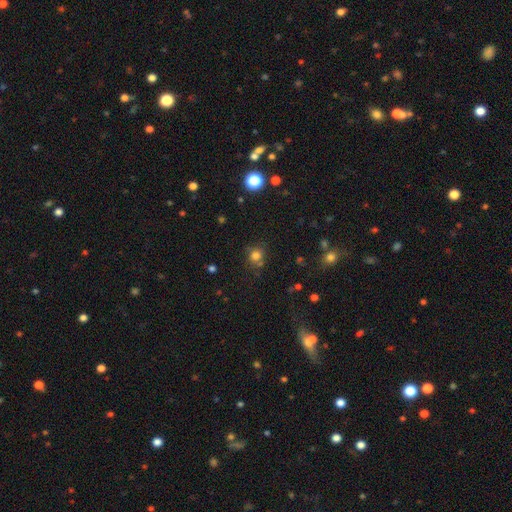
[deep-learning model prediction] smooth-or-featured: smooth: 74% | star or artifact: 19% | featured or disk: 7%
  how-rounded: round: 85% | in between: 14% | cigar-shaped: 1%
  merging: none: 70% | minor disturbance: 13% | merger: 12% | major disturbance: 5%